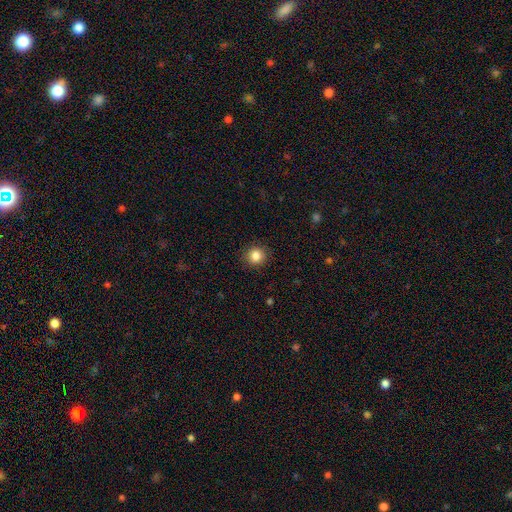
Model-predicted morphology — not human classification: This appears to be a smooth galaxy with no disk features (85%) that is round (87%). Merging: none (90%).